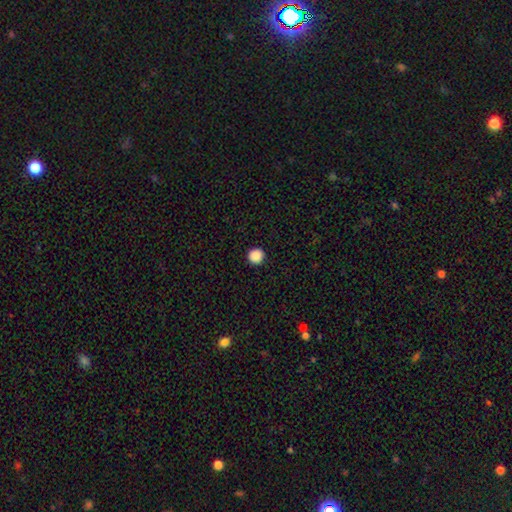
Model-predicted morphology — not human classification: A smooth galaxy with no disk features (89%) that is round (96%).

Vote fractions:
- Smooth or featured? smooth: 89% / star or artifact: 9% / featured or disk: 2%
- How rounded? round: 96% / in between: 3% / cigar-shaped: 1%
- Merging? none: 94% / minor disturbance: 4% / major disturbance: 2% / merger: 1%